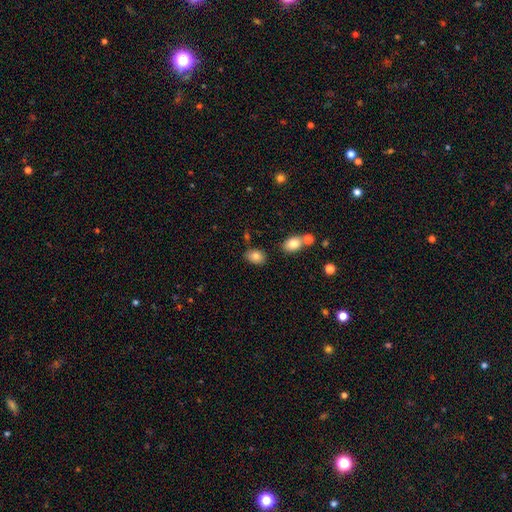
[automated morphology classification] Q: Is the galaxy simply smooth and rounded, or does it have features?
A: smooth — 80%.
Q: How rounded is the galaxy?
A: in between — 80%.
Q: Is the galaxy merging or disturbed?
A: none — 77%.